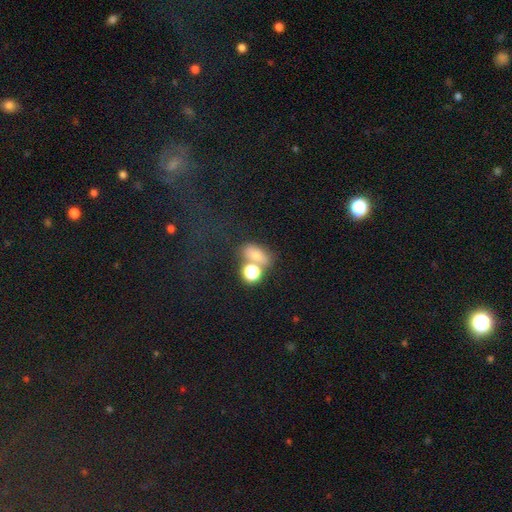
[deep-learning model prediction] The model was most divided on "merging": none: 48%, merger: 33%, minor disturbance: 13%, major disturbance: 7%. More confident: smooth or featured — smooth (68%); how rounded — in between (67%).